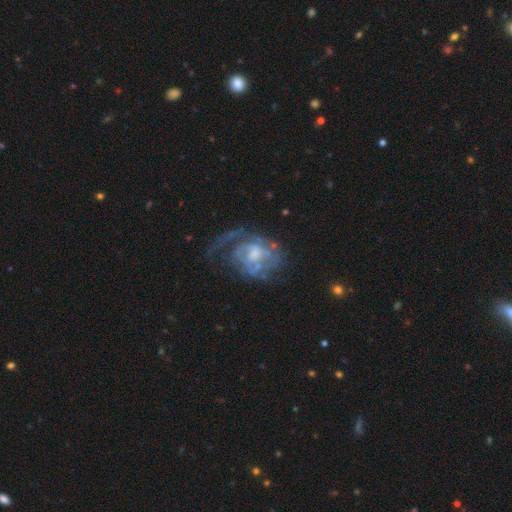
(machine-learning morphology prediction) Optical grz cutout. It shows a featured or disk galaxy (78%) with no bar (56%), tight (41%) spiral arms (85%) and a moderate central bulge (51%). Merging: none (48%).